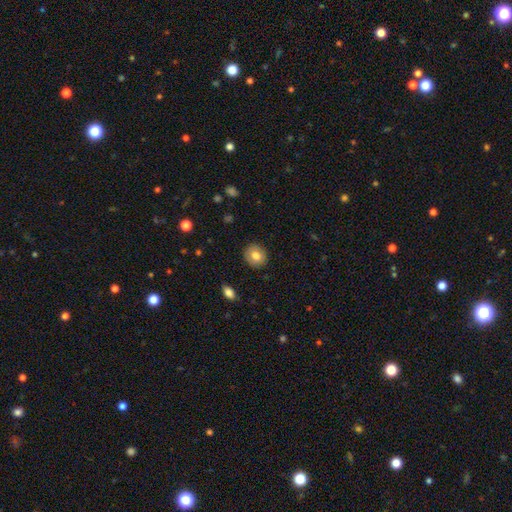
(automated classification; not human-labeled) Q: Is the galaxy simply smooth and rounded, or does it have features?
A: smooth — 78%.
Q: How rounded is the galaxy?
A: round — 82%.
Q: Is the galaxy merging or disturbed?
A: none — 89%.